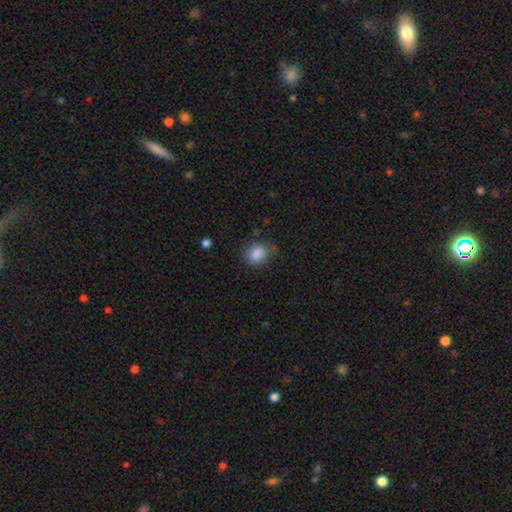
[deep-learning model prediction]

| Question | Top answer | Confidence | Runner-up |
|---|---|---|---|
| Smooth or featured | smooth | 86% | star or artifact (10%) |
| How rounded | round | 65% | in between (34%) |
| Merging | none | 73% | minor disturbance (20%) |